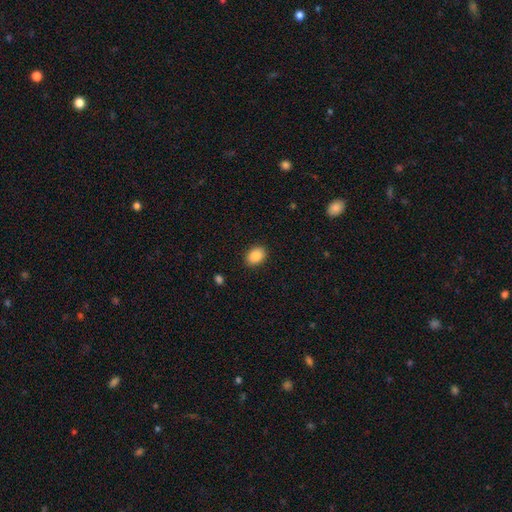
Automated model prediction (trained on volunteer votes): smooth-or-featured: smooth: 89% | star or artifact: 8% | featured or disk: 4%
  how-rounded: in between: 77% | round: 22% | cigar-shaped: 1%
  merging: none: 89% | minor disturbance: 8% | major disturbance: 2% | merger: 1%